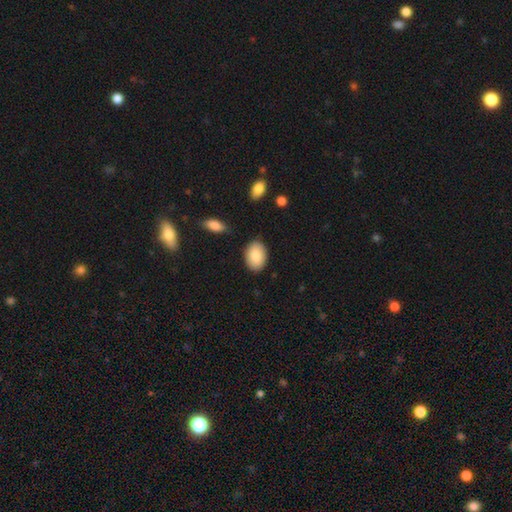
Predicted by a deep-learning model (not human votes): This is clearly a smooth galaxy (86%). How rounded: clearly in between (87%). Merging: clearly none (85%).